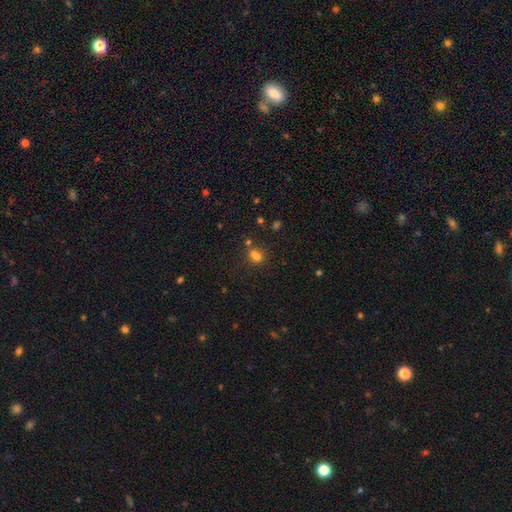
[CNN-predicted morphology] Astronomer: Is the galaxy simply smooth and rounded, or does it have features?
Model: smooth — 70%.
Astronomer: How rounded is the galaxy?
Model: round — 53% (runner-up: in between, 45%).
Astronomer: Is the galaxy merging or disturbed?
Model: none — 47% (runner-up: merger, 36%).